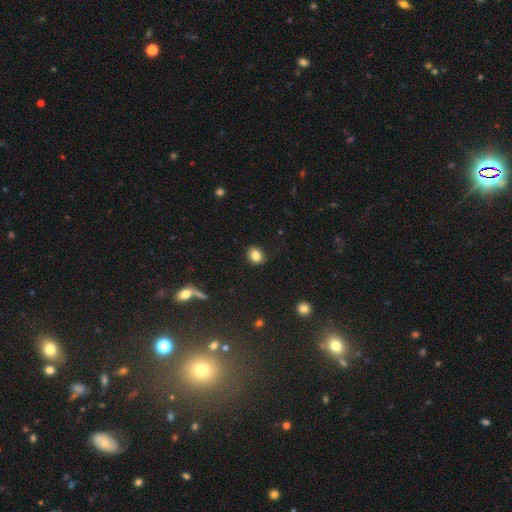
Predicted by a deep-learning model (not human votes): Q: Smooth or featured?
A: smooth (84%); runner-up: star or artifact (10%)
Q: How rounded?
A: round (52%); runner-up: in between (47%)
Q: Merging?
A: none (87%); runner-up: minor disturbance (10%)